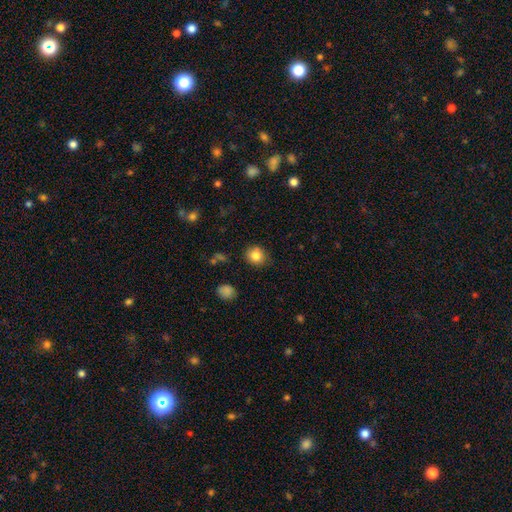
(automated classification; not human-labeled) Smooth or featured: smooth — 83% (star or artifact — 10%)
How rounded: round — 83% (in between — 16%)
Merging: none — 85% (minor disturbance — 11%)